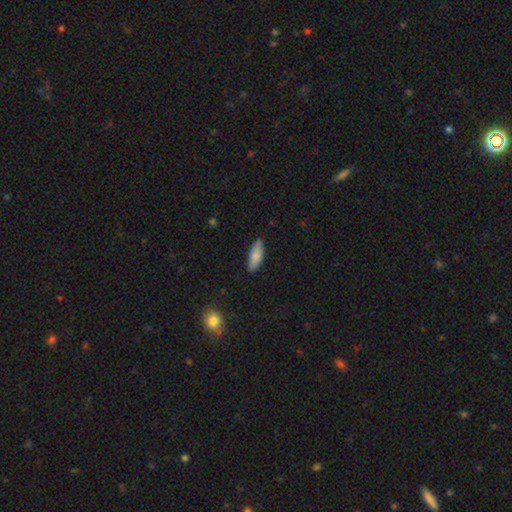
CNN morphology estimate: smooth-or-featured: smooth: 81% | featured or disk: 13% | star or artifact: 6%
  how-rounded: in between: 69% | cigar-shaped: 29% | round: 2%
  merging: none: 83% | minor disturbance: 13% | major disturbance: 2% | merger: 1%